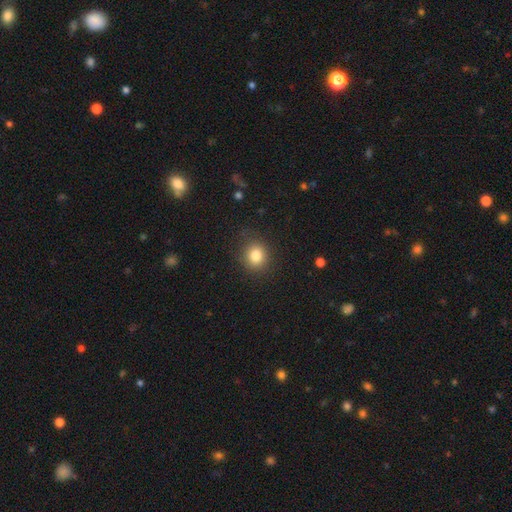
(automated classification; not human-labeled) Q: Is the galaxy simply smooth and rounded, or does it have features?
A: smooth — 82%.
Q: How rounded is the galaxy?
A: round — 81%.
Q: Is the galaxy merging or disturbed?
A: none — 85%.